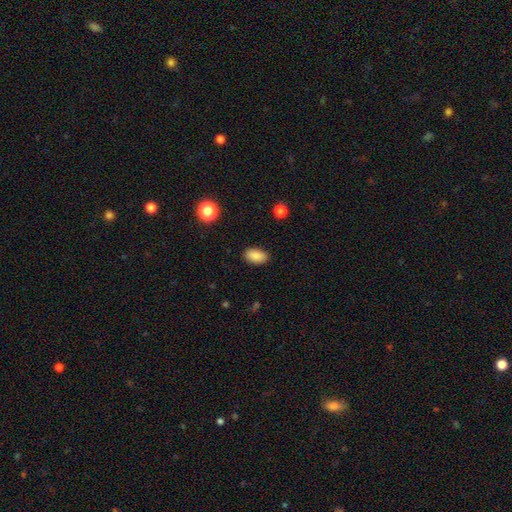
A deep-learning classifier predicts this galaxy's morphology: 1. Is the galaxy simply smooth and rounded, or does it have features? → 88% smooth, 8% star or artifact, 3% featured or disk.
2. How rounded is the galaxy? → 93% in between, 6% round, 2% cigar-shaped.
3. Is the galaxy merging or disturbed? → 87% none, 9% minor disturbance, 2% major disturbance, 1% merger.